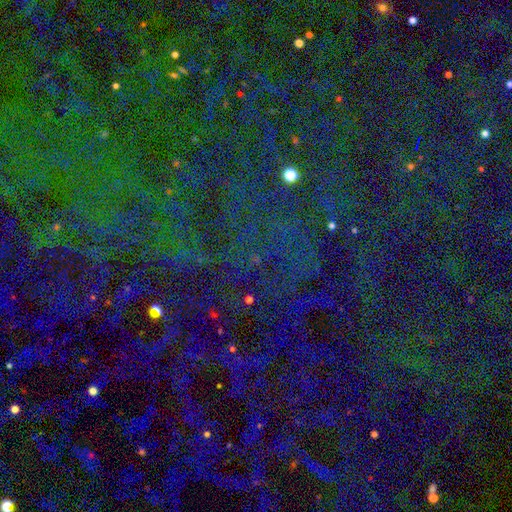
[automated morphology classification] Q: Smooth or featured?
A: star or artifact (81%); runner-up: smooth (11%)